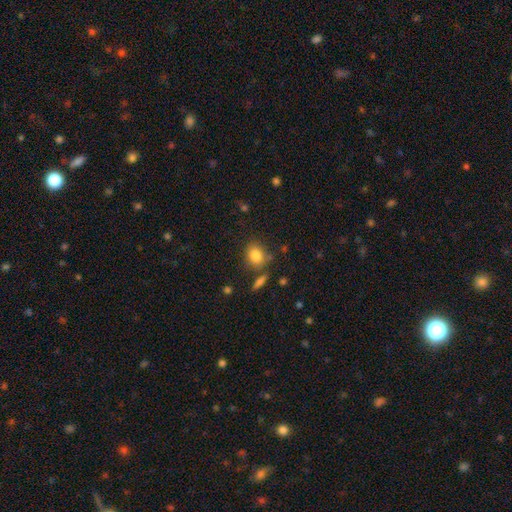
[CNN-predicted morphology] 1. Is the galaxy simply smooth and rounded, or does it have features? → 83% smooth, 10% star or artifact, 8% featured or disk.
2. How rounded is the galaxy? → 53% round, 45% in between, 2% cigar-shaped.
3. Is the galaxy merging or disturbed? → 70% none, 17% minor disturbance, 8% merger, 5% major disturbance.